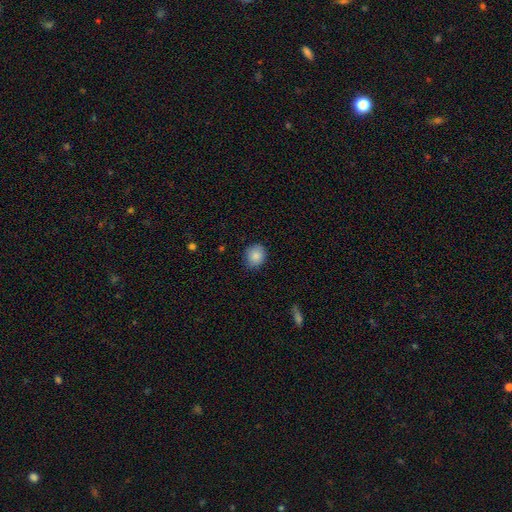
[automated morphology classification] A smooth galaxy with no disk features (87%) that is round (77%).

Vote fractions:
- Smooth or featured? smooth: 87% / star or artifact: 8% / featured or disk: 5%
- How rounded? round: 77% / in between: 22% / cigar-shaped: 1%
- Merging? none: 83% / minor disturbance: 13% / major disturbance: 2% / merger: 1%